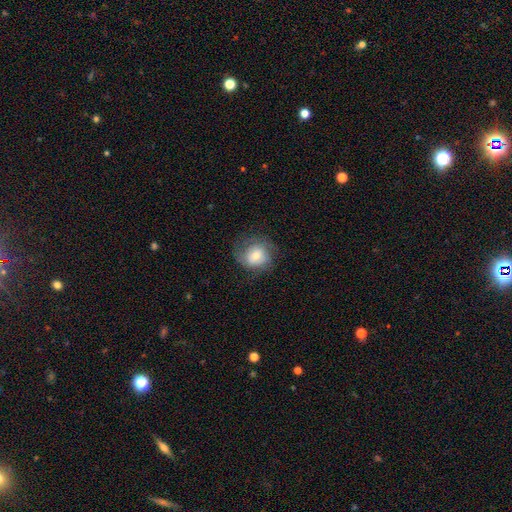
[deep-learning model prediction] A smooth galaxy with no disk features (54%) that is round (77%).

Vote fractions:
- Smooth or featured? smooth: 54% / featured or disk: 38% / star or artifact: 8%
- How rounded? round: 77% / in between: 22% / cigar-shaped: 1%
- Merging? none: 66% / minor disturbance: 20% / major disturbance: 13% / merger: 1%